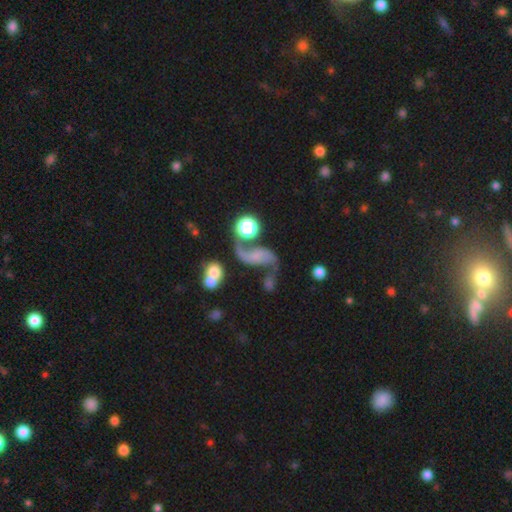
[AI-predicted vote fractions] Q: Smooth or featured?
A: featured or disk (83%); runner-up: smooth (8%)
Q: Edge-on disk?
A: no (97%); runner-up: yes (3%)
Q: Bar?
A: no (53%); runner-up: weak (34%)
Q: Spiral arms?
A: yes (96%); runner-up: no (4%)
Q: Spiral winding?
A: loose (85%); runner-up: medium (12%)
Q: Spiral arm count?
A: 2 (93%); runner-up: 1 (3%)
Q: Bulge size?
A: none (51%); runner-up: small (28%)
Q: Merging?
A: none (53%); runner-up: minor disturbance (17%)